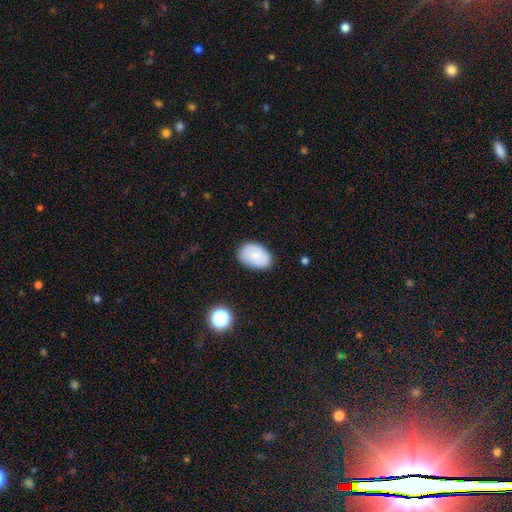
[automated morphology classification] Smooth or featured: smooth — 69% (featured or disk — 23%)
How rounded: in between — 85% (round — 14%)
Merging: none — 81% (minor disturbance — 14%)